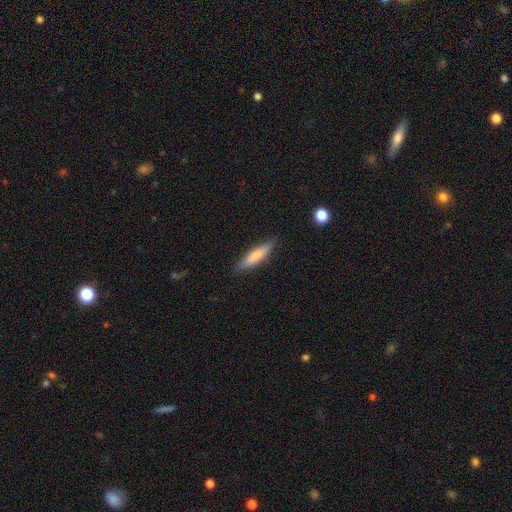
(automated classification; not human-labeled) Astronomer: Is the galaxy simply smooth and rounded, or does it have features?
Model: smooth — 77%.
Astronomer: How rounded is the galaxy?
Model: cigar-shaped — 76%.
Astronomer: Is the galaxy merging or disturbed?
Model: none — 86%.